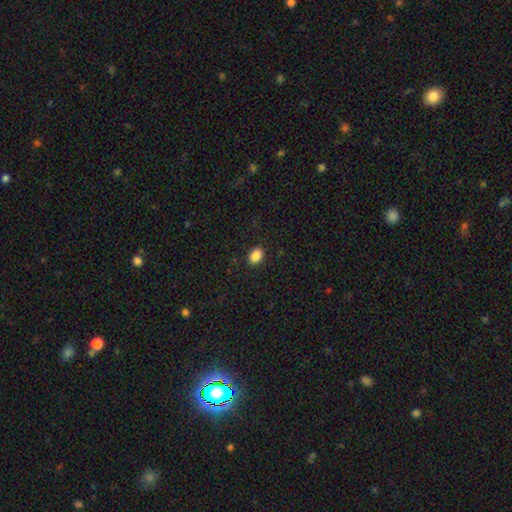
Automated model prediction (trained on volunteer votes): smooth-or-featured: smooth: 88% | star or artifact: 9% | featured or disk: 3%
  how-rounded: in between: 79% | round: 20% | cigar-shaped: 1%
  merging: none: 89% | minor disturbance: 8% | major disturbance: 2% | merger: 1%